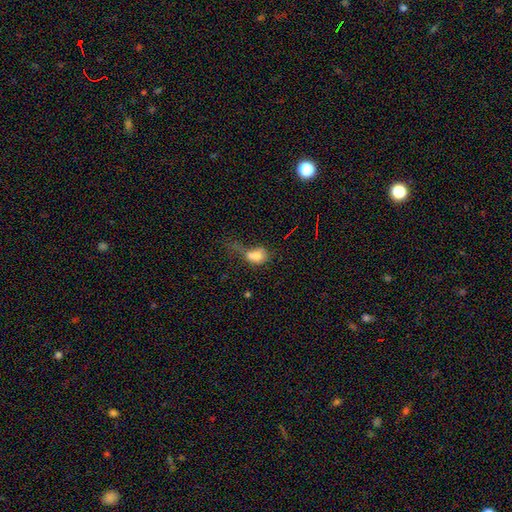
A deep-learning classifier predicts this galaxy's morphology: A smooth galaxy with no disk features (72%) that is in between round and cigar-shaped (63%).

Vote fractions:
- Smooth or featured? smooth: 72% / featured or disk: 17% / star or artifact: 11%
- How rounded? in between: 63% / round: 34% / cigar-shaped: 3%
- Merging? major disturbance: 34% / merger: 33% / none: 17% / minor disturbance: 16%